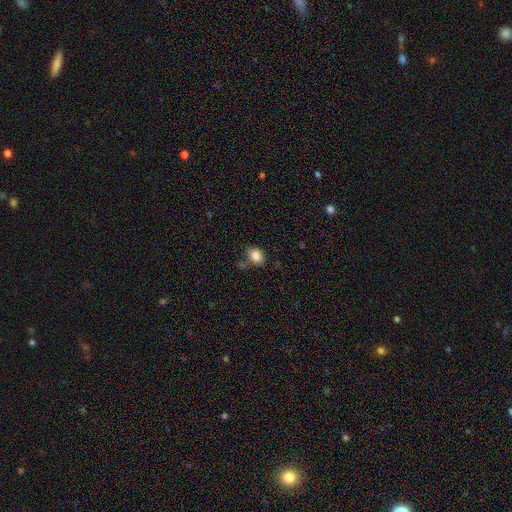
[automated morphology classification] A smooth galaxy with no disk features (84%) that is in between round and cigar-shaped (52%). Merging: none (71%).